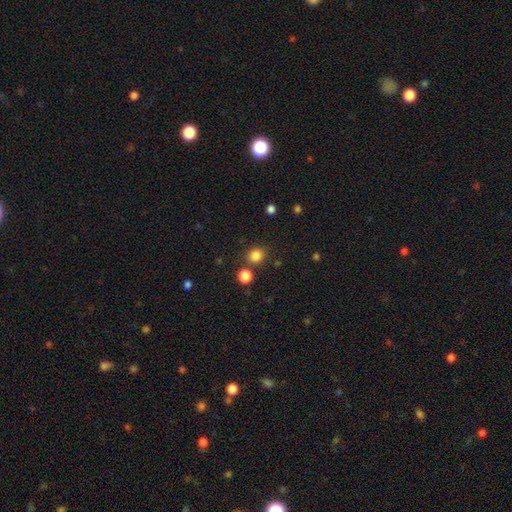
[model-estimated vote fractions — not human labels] A smooth galaxy with no disk features (83%) that is round (84%). Merging: none (81%).